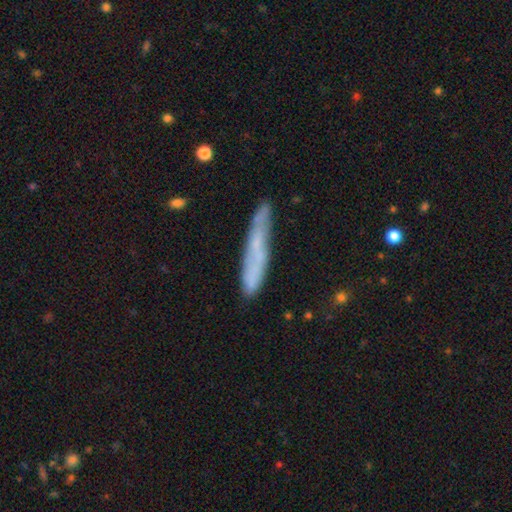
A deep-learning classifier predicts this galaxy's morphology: The model was most divided on "smooth or featured": smooth: 47%, featured or disk: 43%, star or artifact: 9%. More confident: merging — none (73%).